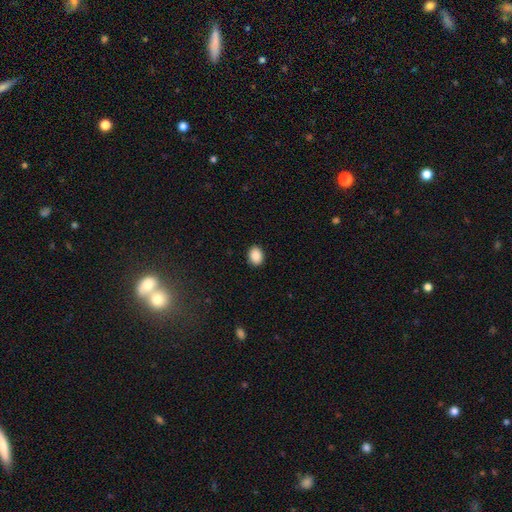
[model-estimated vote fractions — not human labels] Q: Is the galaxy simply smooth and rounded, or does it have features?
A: smooth — 89%.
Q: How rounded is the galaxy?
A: in between — 65%.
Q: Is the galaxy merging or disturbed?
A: none — 90%.